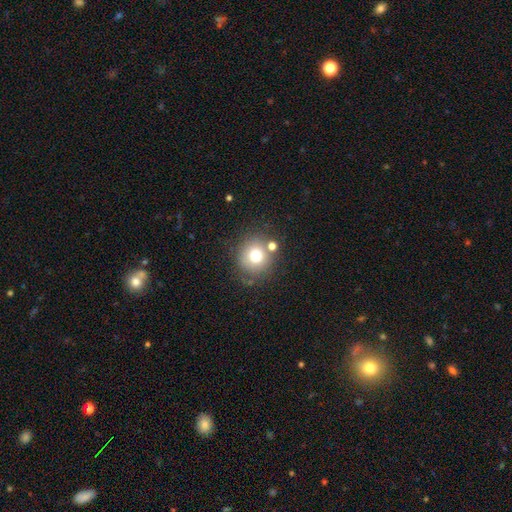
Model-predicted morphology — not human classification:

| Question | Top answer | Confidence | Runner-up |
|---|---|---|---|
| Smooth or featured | smooth | 73% | featured or disk (14%) |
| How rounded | round | 89% | in between (10%) |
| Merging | none | 73% | minor disturbance (11%) |